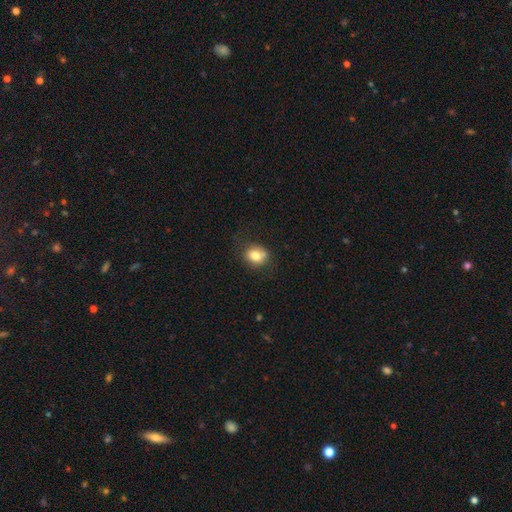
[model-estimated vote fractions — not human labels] This appears to be a smooth galaxy with no disk features (77%) that is round (65%). Merging: none (64%).